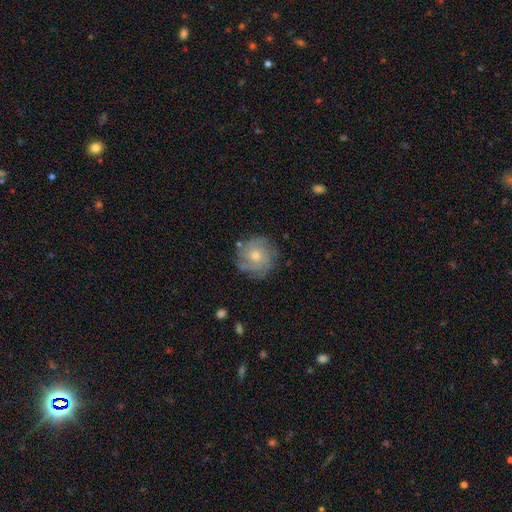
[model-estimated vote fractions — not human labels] The model was most divided on "spiral arm count": can't tell: 37%, 4: 20%, 3: 19%, 2: 10%, more than 4: 8%, 1: 6%. More confident: edge-on disk — no (97%); spiral arms — yes (91%); merging — none (81%); bar — no (79%); smooth or featured — featured or disk (69%); spiral winding — tight (65%); bulge size — moderate (58%).